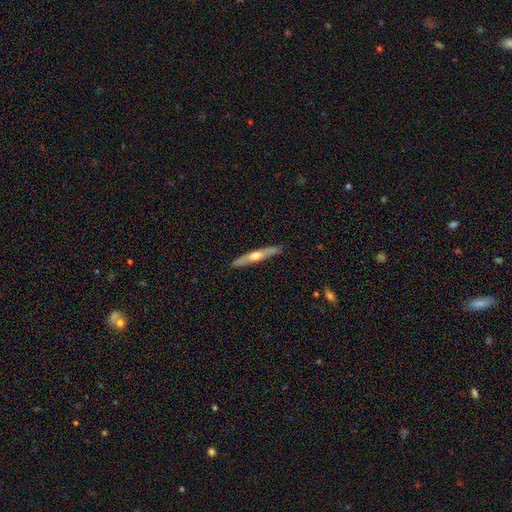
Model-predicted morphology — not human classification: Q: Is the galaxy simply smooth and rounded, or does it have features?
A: featured or disk — 63%.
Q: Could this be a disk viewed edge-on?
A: yes — 93%.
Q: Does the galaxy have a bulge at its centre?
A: rounded — 87%.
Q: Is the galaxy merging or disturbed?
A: none — 89%.